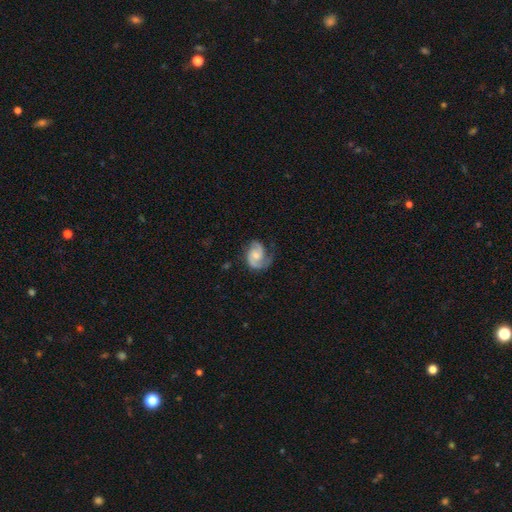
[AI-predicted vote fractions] featured or disk 80%, smooth 15%, star or artifact 6%. Down the decision tree: edge-on disk — no (98%); bar — no (64%); spiral arms — yes (96%); spiral arm count — 2 (76%); spiral winding — medium (48%); bulge size — moderate (45%); merging — none (61%).